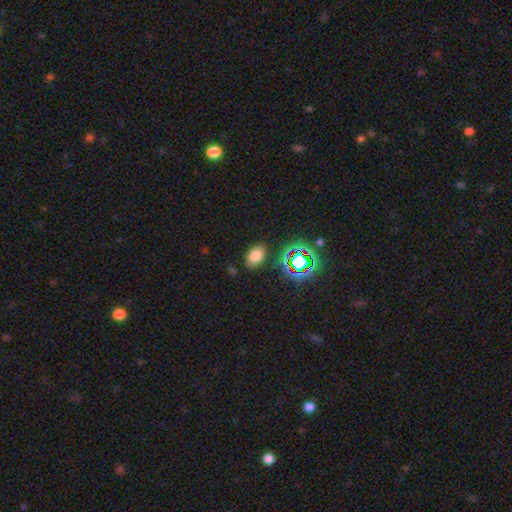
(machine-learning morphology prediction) smooth_or_featured: smooth (p=0.72) [alt: star or artifact p=0.19]
how_rounded: in between (p=0.85) [alt: round p=0.13]
merging: none (p=0.83) [alt: minor disturbance p=0.11]